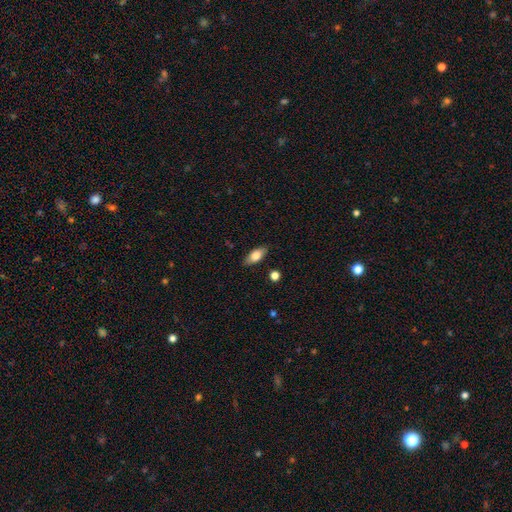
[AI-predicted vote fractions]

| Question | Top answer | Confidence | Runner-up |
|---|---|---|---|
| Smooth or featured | smooth | 77% | featured or disk (16%) |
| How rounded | in between | 85% | cigar-shaped (12%) |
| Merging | none | 85% | minor disturbance (11%) |